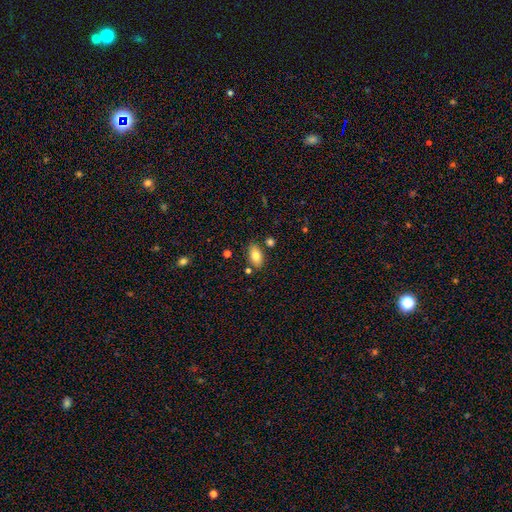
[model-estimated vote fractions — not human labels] Smooth or featured? Predicted: smooth (p=0.81). How rounded? Predicted: in between (p=0.91). Merging? Predicted: none (p=0.80).